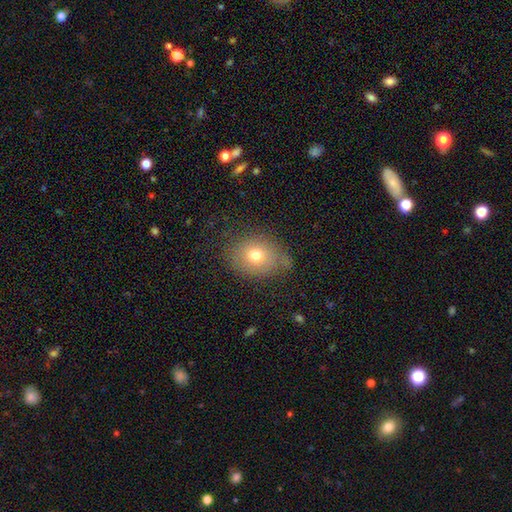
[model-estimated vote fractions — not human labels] Smooth or featured? smooth (71%)
How rounded? round (57%)
Merging? none (68%)